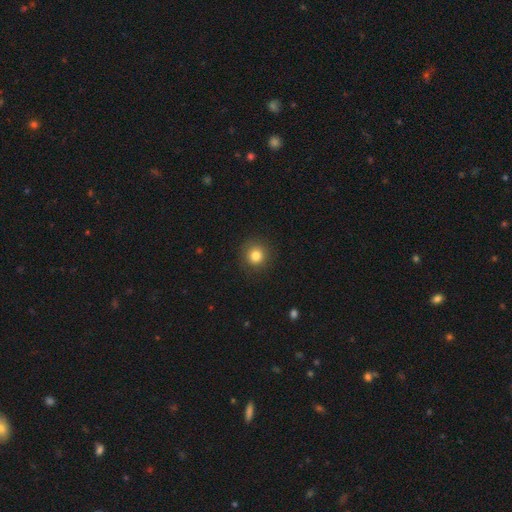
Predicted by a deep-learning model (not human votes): smooth 82%, star or artifact 11%, featured or disk 7%. Down the decision tree: how rounded — round (94%); merging — none (90%).